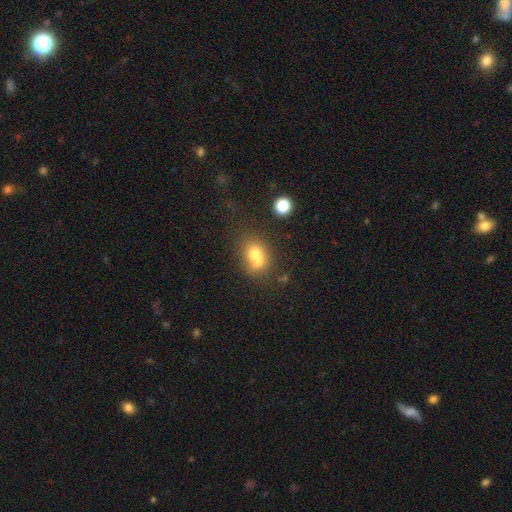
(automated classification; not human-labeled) smooth-or-featured: smooth: 68% | featured or disk: 20% | star or artifact: 12%
  how-rounded: round: 52% | in between: 47% | cigar-shaped: 1%
  merging: merger: 55% | none: 28% | minor disturbance: 11% | major disturbance: 7%